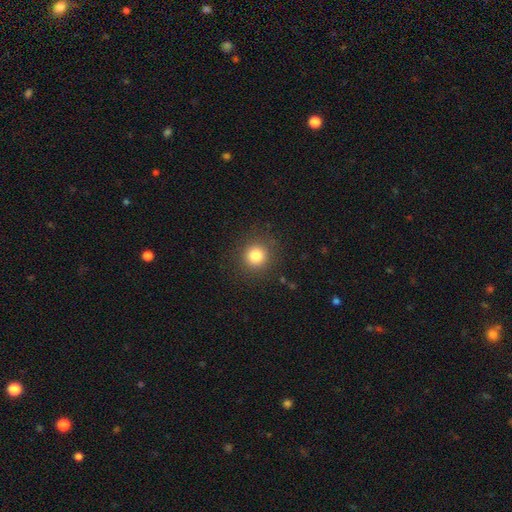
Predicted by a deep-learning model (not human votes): Morphology: type=smooth (82%); roundness=round (93%); merging=none (89%).